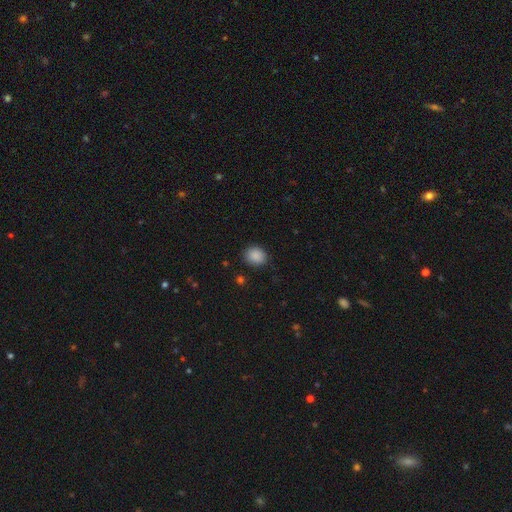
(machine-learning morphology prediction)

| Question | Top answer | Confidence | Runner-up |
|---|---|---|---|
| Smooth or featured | smooth | 88% | star or artifact (9%) |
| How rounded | round | 66% | in between (33%) |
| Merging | none | 86% | minor disturbance (10%) |